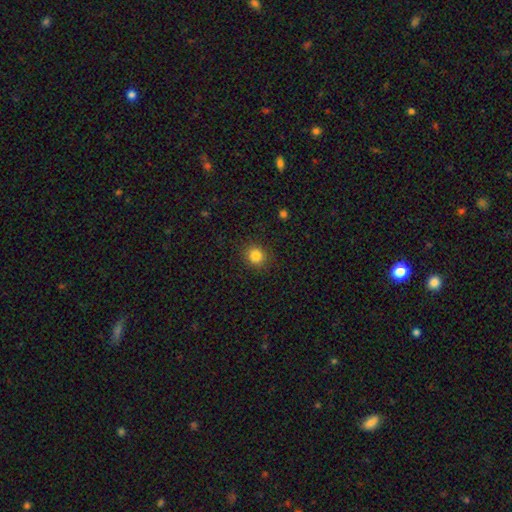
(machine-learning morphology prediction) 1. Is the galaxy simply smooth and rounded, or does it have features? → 83% smooth, 12% star or artifact, 5% featured or disk.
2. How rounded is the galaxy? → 85% round, 14% in between, 1% cigar-shaped.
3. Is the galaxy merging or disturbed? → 90% none, 7% minor disturbance, 2% major disturbance, 1% merger.